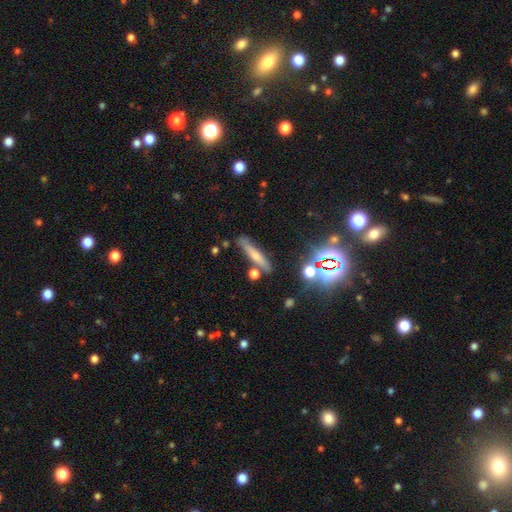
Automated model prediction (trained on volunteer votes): This appears to be a smooth galaxy with no disk features (53%) that is cigar-shaped (88%). Merging: none (78%).